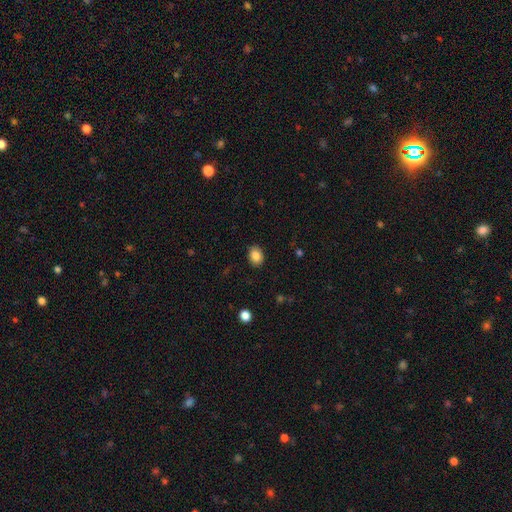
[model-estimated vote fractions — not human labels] A smooth galaxy with no disk features (86%) that is in between round and cigar-shaped (64%). Merging: none (88%).